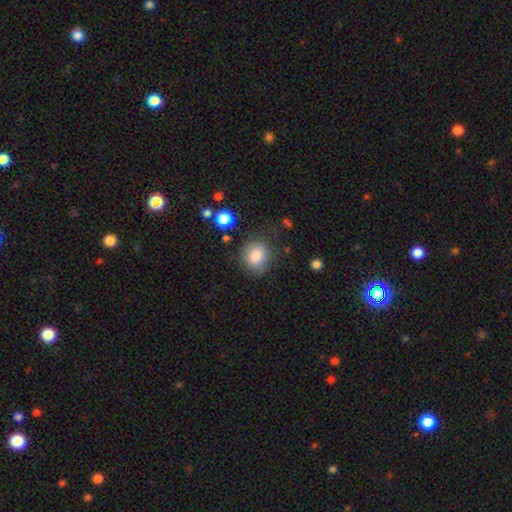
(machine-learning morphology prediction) Smooth or featured? smooth (84%)
How rounded? round (74%)
Merging? none (78%)